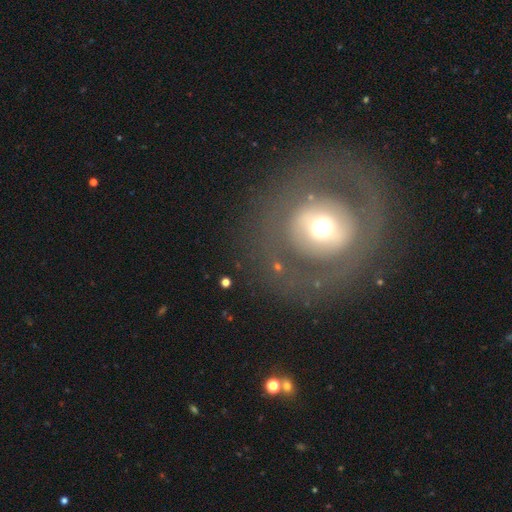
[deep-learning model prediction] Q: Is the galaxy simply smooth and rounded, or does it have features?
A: featured or disk — 55%.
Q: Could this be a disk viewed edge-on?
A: no — 94%.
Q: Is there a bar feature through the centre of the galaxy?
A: no — 58%.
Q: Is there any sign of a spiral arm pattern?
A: no — 80%.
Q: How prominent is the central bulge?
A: moderate — 57%.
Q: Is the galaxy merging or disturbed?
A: none — 81%.